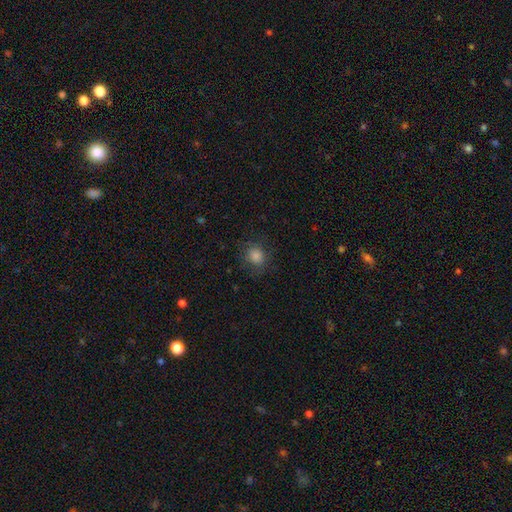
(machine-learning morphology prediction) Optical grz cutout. It shows a smooth galaxy with no disk features (79%) that is round (79%). Merging: none (80%).